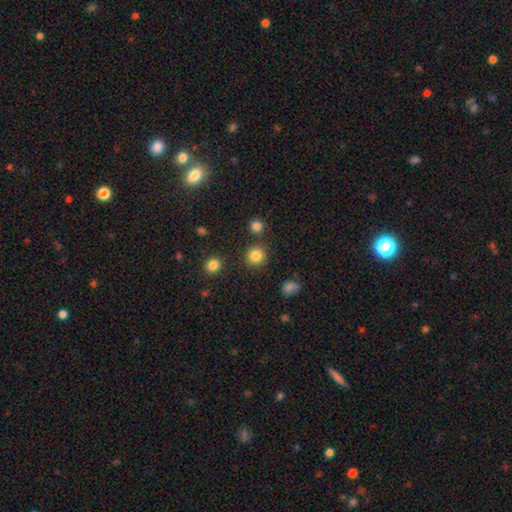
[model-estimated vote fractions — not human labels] Overall: smooth (84%). How rounded: round (92%). Merging: none (86%).